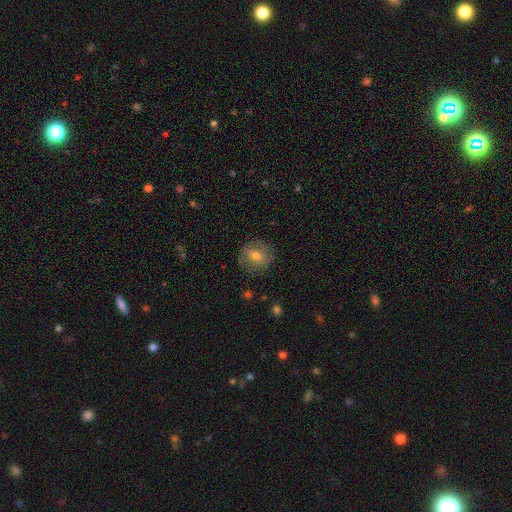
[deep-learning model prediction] A smooth galaxy with no disk features (59%) that is round (85%).

Vote fractions:
- Smooth or featured? smooth: 59% / featured or disk: 32% / star or artifact: 9%
- How rounded? round: 85% / in between: 14% / cigar-shaped: 1%
- Merging? none: 81% / minor disturbance: 14% / major disturbance: 5% / merger: 1%